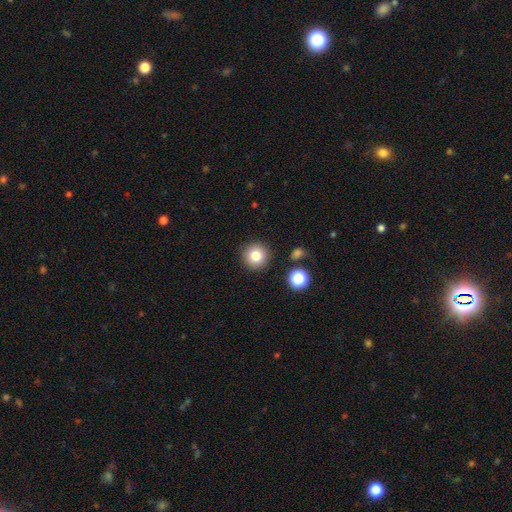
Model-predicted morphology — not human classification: type=smooth (81%); roundness=round (95%); merging=none (89%).